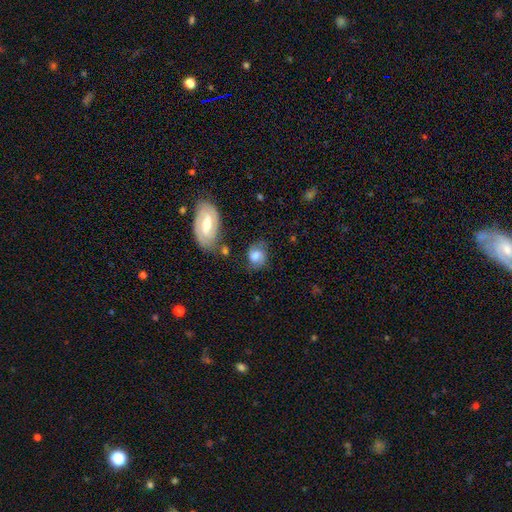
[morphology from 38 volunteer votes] Overall: smooth (47%; featured or disk 45%). How rounded: in between (61%; round 39%). Merging: none (54%; minor disturbance 29%).